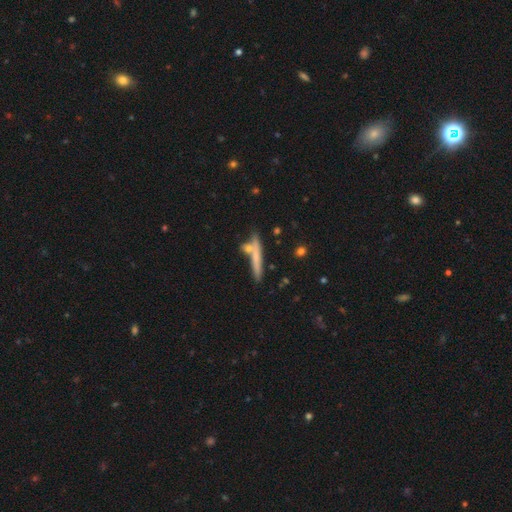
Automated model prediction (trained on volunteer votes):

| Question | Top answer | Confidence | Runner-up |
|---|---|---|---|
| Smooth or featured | smooth | 53% | featured or disk (39%) |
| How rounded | cigar-shaped | 91% | in between (6%) |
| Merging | none | 65% | merger (18%) |